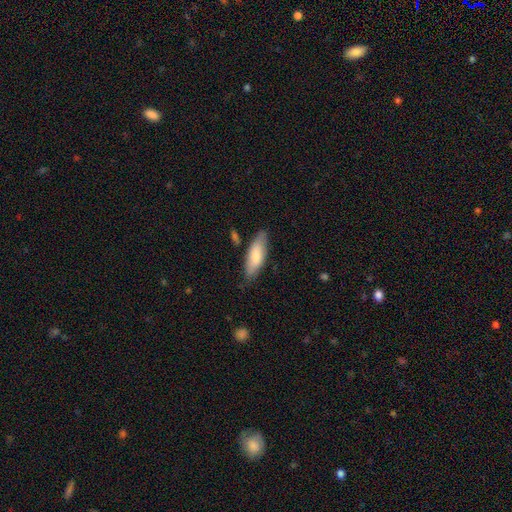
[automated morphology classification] type=smooth (77%); roundness=in between (62%); merging=none (76%).